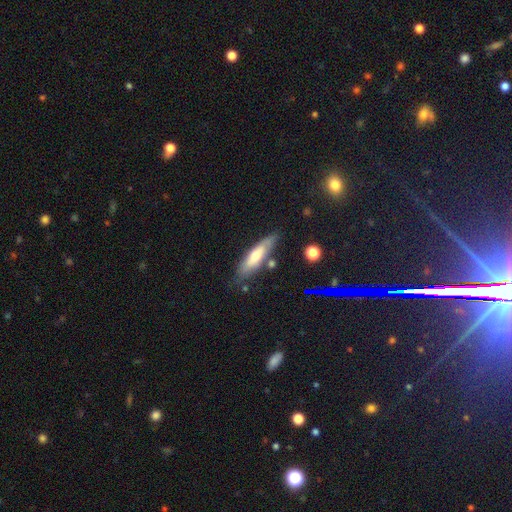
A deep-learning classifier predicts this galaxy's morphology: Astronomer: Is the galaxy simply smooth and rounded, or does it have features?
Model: smooth — 55% (runner-up: featured or disk, 38%).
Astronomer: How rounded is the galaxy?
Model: cigar-shaped — 70%.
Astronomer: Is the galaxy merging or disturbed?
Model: none — 75%.